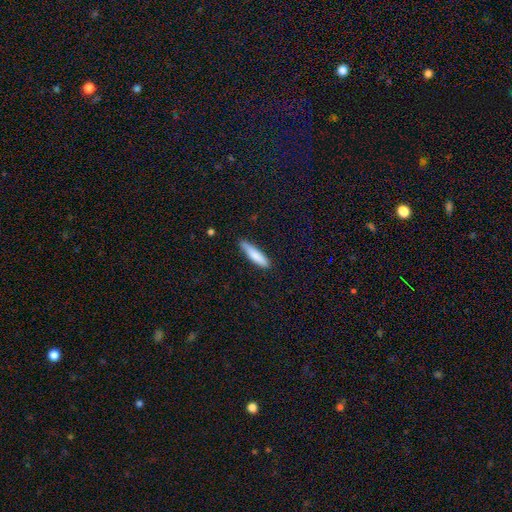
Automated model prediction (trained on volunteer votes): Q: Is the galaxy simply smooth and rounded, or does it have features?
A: smooth — 82%.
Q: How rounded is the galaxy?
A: cigar-shaped — 79%.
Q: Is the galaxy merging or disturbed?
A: none — 79%.